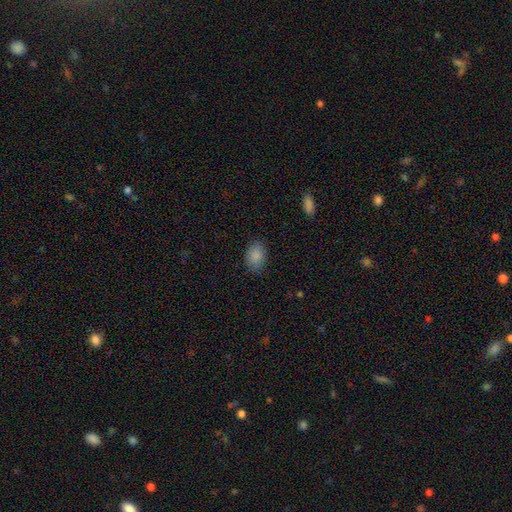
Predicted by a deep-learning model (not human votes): smooth 87%, star or artifact 8%, featured or disk 5%. Down the decision tree: how rounded — in between (79%); merging — none (83%).